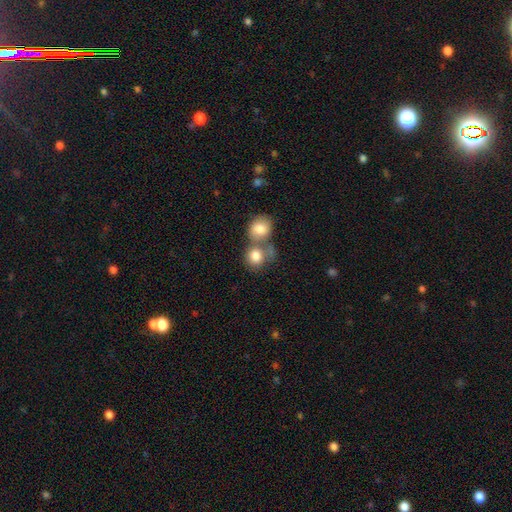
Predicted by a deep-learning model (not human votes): Morphology: type=smooth (82%); roundness=round (75%); merging=merger (54%).